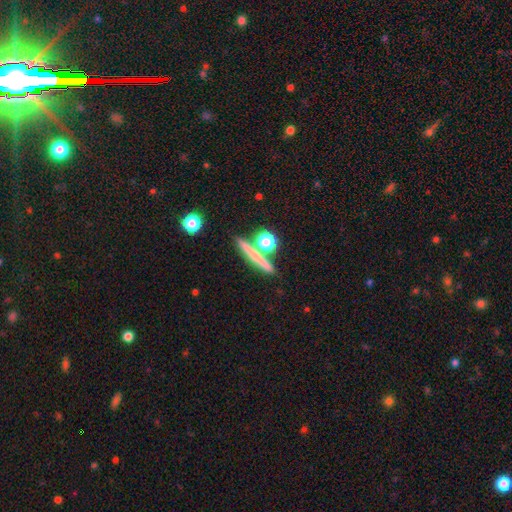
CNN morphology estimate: The model was most divided on "smooth or featured": smooth: 53%, featured or disk: 34%, star or artifact: 13%. More confident: merging — none (73%); how rounded — cigar-shaped (67%).